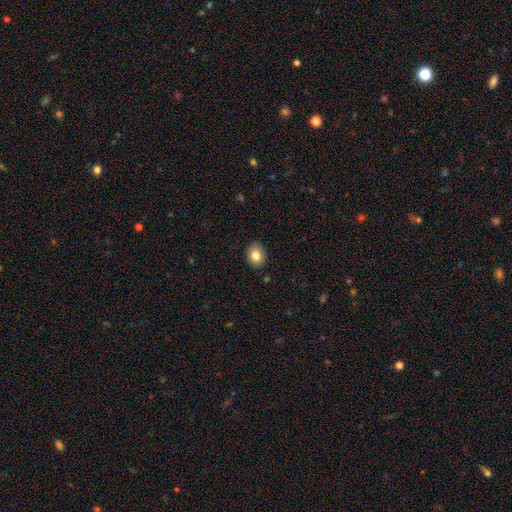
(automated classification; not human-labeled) A smooth galaxy with no disk features (81%) that is round (53%). Merging: none (89%).